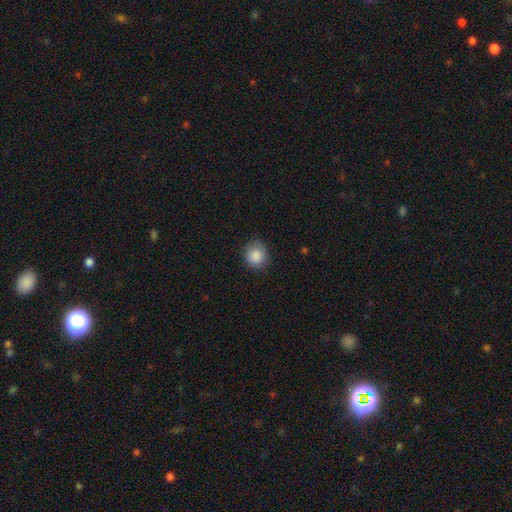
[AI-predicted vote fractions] smooth_or_featured: smooth (p=0.87) [alt: star or artifact p=0.08]
how_rounded: round (p=0.79) [alt: in between p=0.20]
merging: none (p=0.78) [alt: minor disturbance p=0.17]